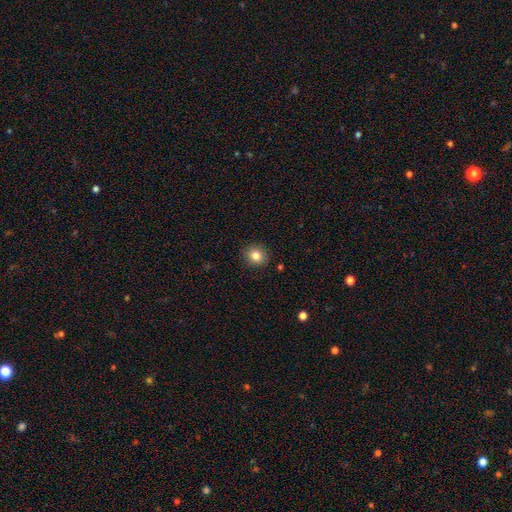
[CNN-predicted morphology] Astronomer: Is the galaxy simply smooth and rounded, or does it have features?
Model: smooth — 84%.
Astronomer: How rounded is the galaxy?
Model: round — 79%.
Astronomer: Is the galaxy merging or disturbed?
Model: none — 89%.